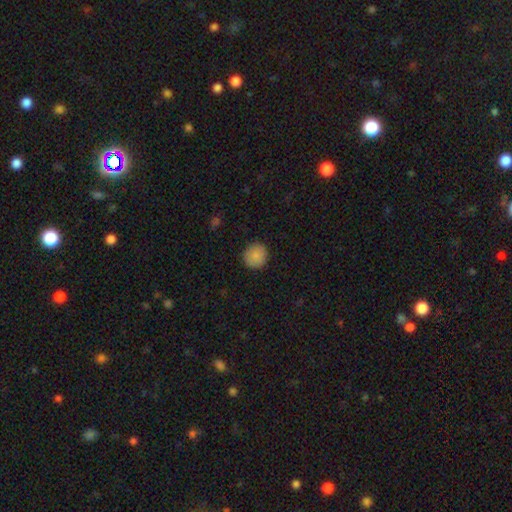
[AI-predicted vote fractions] smooth 87%, star or artifact 8%, featured or disk 5%. Down the decision tree: how rounded — round (92%); merging — none (89%).